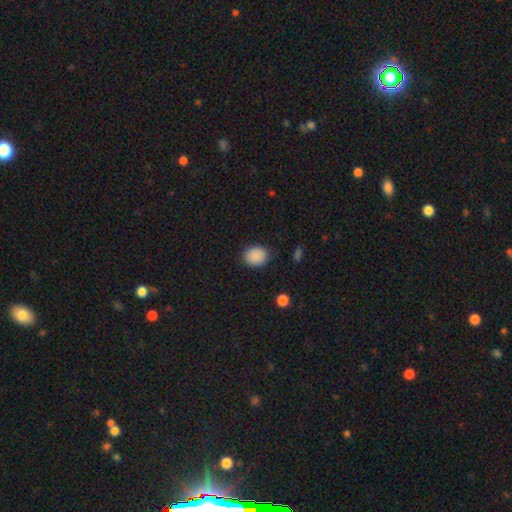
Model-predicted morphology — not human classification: Smooth or featured? Predicted: smooth (p=0.89). How rounded? Predicted: round (p=0.58). Merging? Predicted: none (p=0.87).